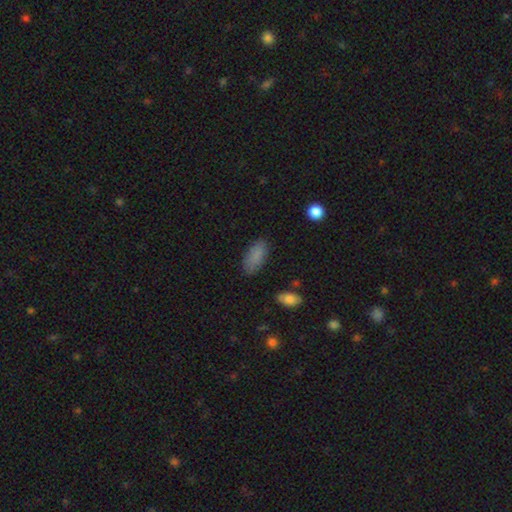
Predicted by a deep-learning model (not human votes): This appears to be a smooth galaxy with no disk features (85%) that is in between round and cigar-shaped (87%). Merging: none (79%).